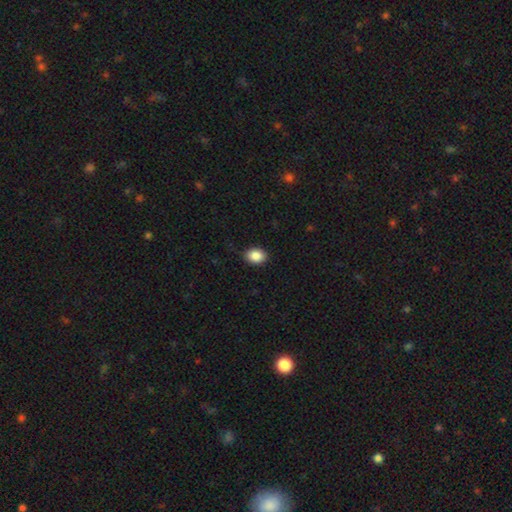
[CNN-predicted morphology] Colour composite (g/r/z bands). It shows a smooth galaxy with no disk features (88%) that is in between round and cigar-shaped (64%). Merging: none (83%).